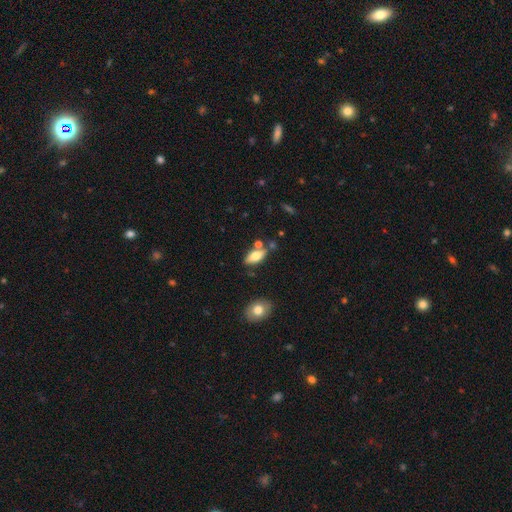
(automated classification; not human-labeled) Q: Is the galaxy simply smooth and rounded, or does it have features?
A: smooth — 70%.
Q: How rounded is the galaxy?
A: in between — 82%.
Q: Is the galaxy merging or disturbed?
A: none — 69%.